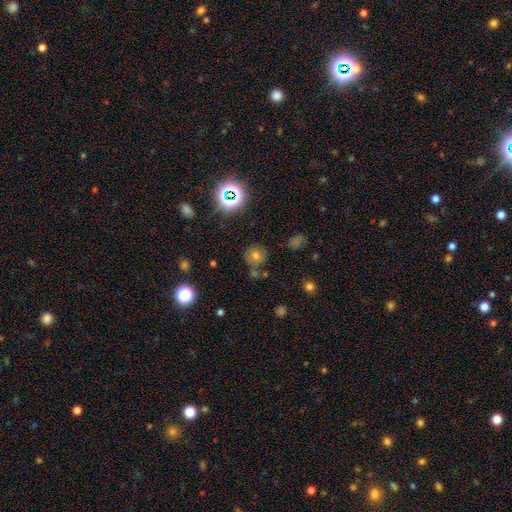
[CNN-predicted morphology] smooth_or_featured: smooth (p=0.62) [alt: star or artifact p=0.26]
how_rounded: round (p=0.90) [alt: in between p=0.09]
merging: none (p=0.74) [alt: minor disturbance p=0.12]